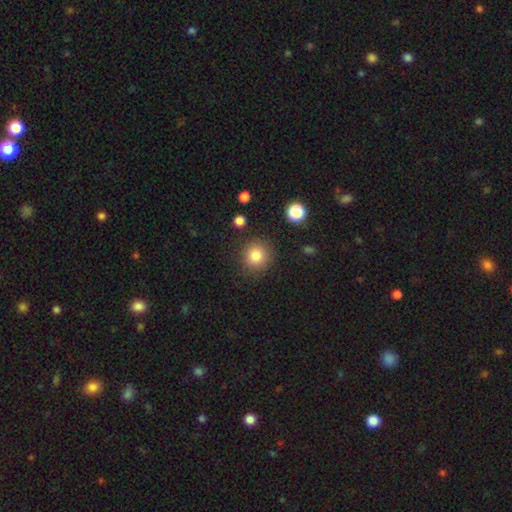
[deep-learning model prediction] smooth-or-featured: smooth: 84% | star or artifact: 11% | featured or disk: 6%
  how-rounded: round: 90% | in between: 9% | cigar-shaped: 1%
  merging: none: 86% | minor disturbance: 8% | major disturbance: 3% | merger: 2%